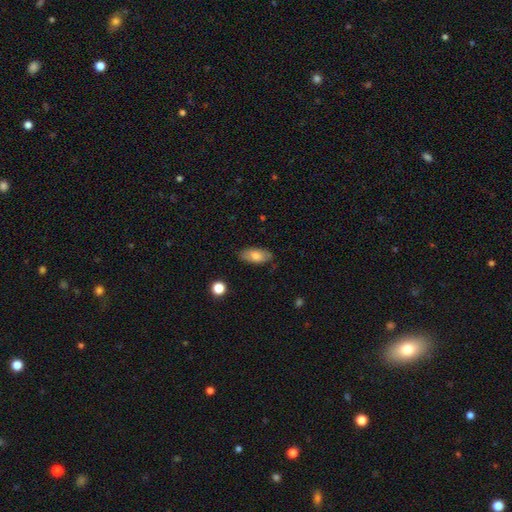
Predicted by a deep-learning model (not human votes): This appears to be a smooth galaxy with no disk features (76%) that is in between round and cigar-shaped (90%). Merging: none (81%).